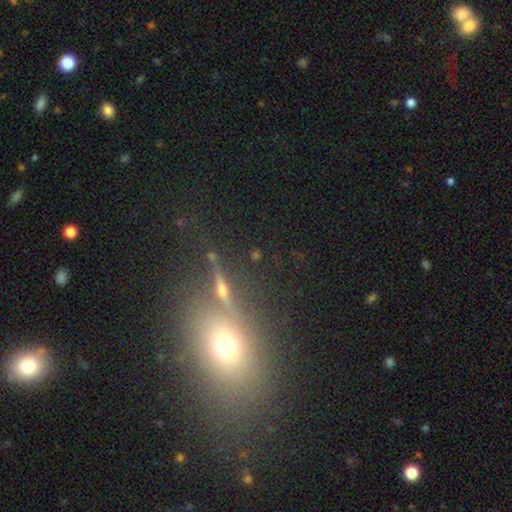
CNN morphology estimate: smooth_or_featured: featured or disk (p=0.38) [alt: smooth p=0.34]
merging: none (p=0.77) [alt: minor disturbance p=0.10]